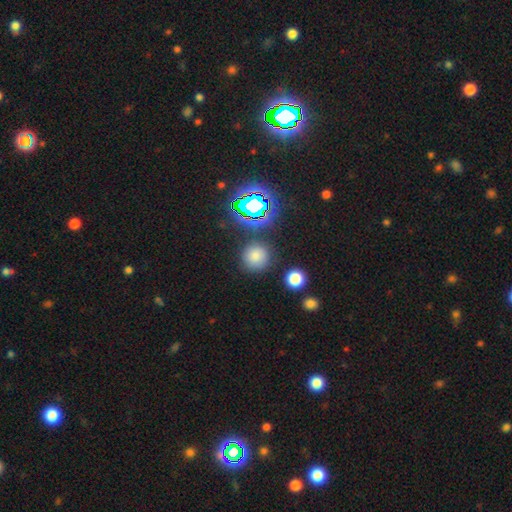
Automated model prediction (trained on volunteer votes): A smooth galaxy with no disk features (72%) that is round (93%).

Vote fractions:
- Smooth or featured? smooth: 72% / star or artifact: 20% / featured or disk: 8%
- How rounded? round: 93% / in between: 6% / cigar-shaped: 1%
- Merging? none: 83% / minor disturbance: 9% / merger: 4% / major disturbance: 3%